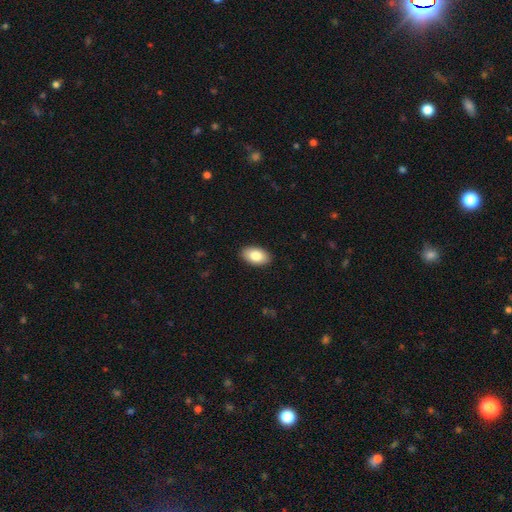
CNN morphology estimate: This is clearly a smooth galaxy (84%). How rounded: clearly in between (93%). Merging: clearly none (90%).